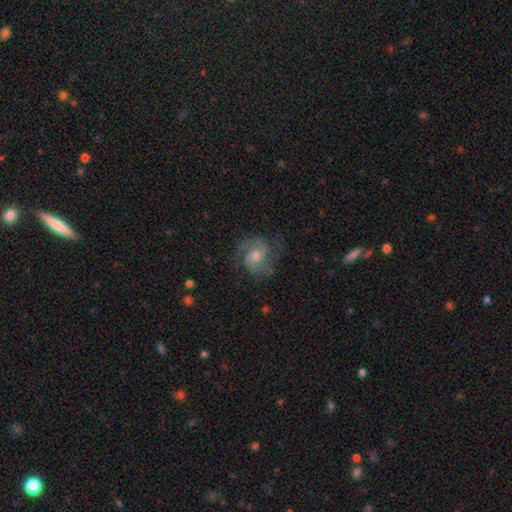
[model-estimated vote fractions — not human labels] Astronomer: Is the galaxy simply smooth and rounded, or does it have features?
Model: featured or disk — 83%.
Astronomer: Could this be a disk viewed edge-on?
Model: no — 98%.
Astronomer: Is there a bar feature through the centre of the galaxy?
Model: no — 59% (runner-up: weak, 35%).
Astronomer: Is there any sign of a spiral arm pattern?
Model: yes — 96%.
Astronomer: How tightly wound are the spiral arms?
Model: medium — 54% (runner-up: tight, 30%).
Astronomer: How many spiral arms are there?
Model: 2 — 79%.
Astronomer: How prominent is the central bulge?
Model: moderate — 57% (runner-up: small, 34%).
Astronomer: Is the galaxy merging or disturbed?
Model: none — 74%.